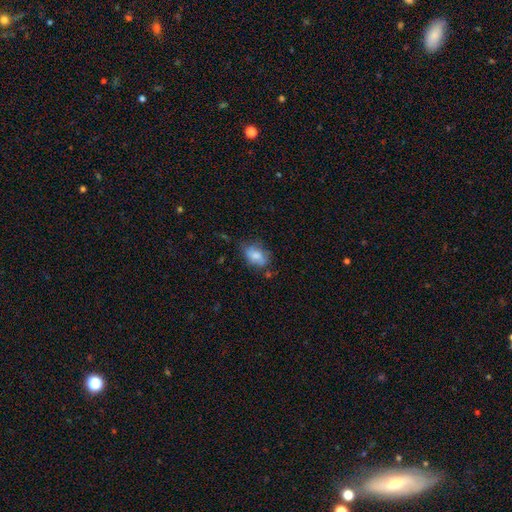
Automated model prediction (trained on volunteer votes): Smooth or featured: smooth — 74% (featured or disk — 17%)
How rounded: in between — 83% (round — 14%)
Merging: none — 55% (minor disturbance — 30%)